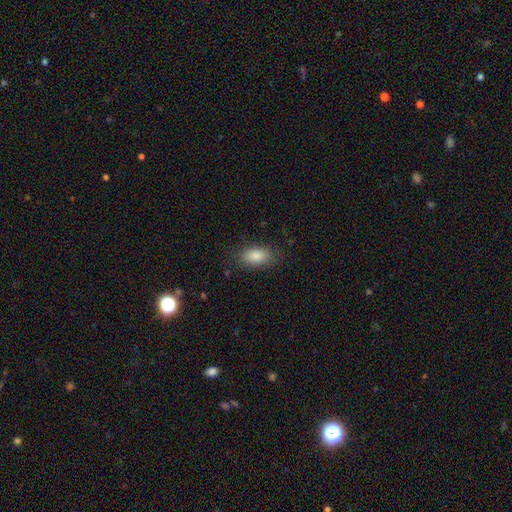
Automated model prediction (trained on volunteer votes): smooth 83%, star or artifact 9%, featured or disk 7%. Down the decision tree: how rounded — in between (89%); merging — none (84%).